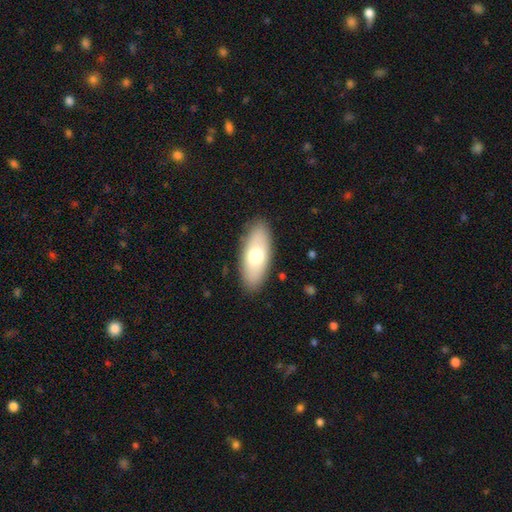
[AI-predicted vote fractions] A smooth galaxy with no disk features (69%) that is in between round and cigar-shaped (83%). Merging: none (87%).